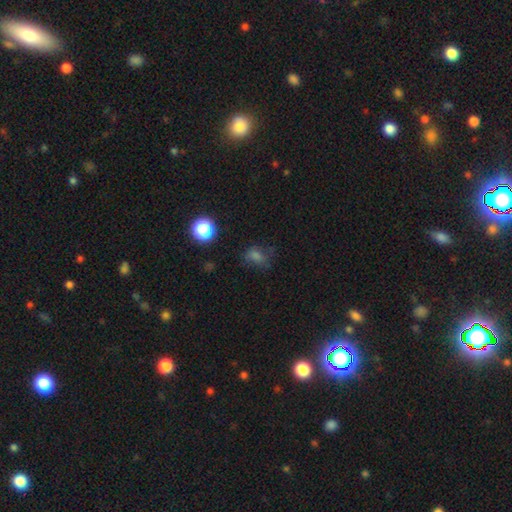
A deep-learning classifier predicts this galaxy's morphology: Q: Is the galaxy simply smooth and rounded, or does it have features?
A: smooth — 58%.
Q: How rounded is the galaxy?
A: in between — 54%.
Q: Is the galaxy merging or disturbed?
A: none — 58%.